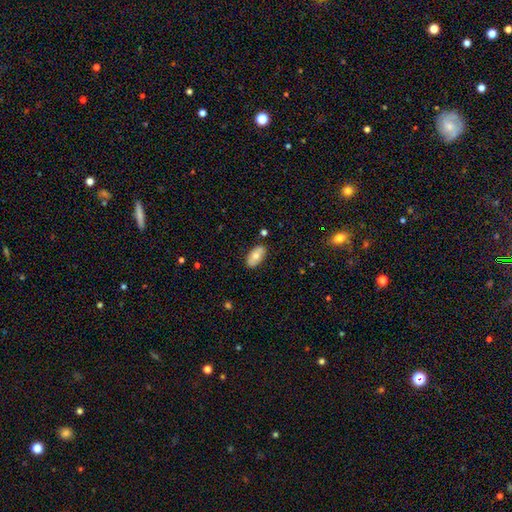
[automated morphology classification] Q: Smooth or featured?
A: smooth (69%); runner-up: featured or disk (24%)
Q: How rounded?
A: in between (93%); runner-up: round (3%)
Q: Merging?
A: none (83%); runner-up: minor disturbance (12%)